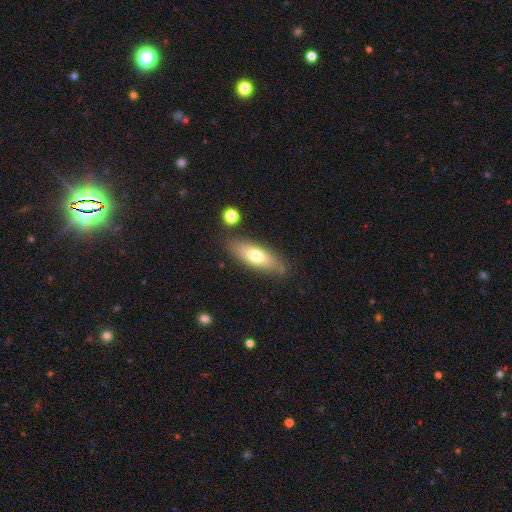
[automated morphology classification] This appears to be a smooth galaxy with no disk features (68%) that is in between round and cigar-shaped (62%). Merging: none (79%).